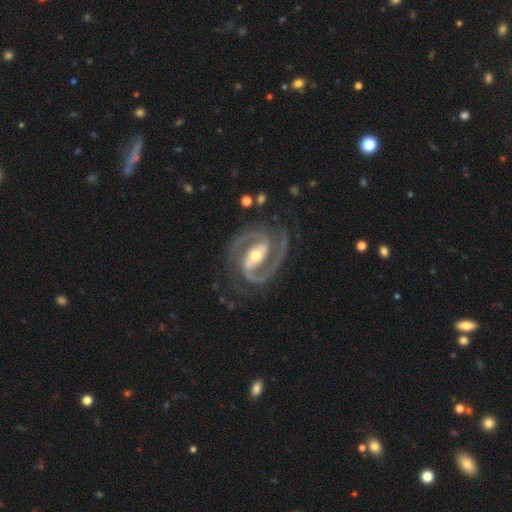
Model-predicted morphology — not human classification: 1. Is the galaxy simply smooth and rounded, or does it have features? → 94% featured or disk, 4% star or artifact, 2% smooth.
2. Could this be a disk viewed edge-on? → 98% no, 2% yes.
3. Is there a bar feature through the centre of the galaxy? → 56% strong, 29% weak, 14% no.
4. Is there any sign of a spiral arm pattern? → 98% yes, 2% no.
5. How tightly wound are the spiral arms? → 56% medium, 36% tight, 7% loose.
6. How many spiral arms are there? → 93% 2, 2% 3, 1% can't tell, 1% 1, 1% 4, 1% more than 4.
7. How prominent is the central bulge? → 65% moderate, 28% small, 5% large, 1% none, 1% dominant.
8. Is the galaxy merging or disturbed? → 79% none, 13% minor disturbance, 5% major disturbance, 2% merger.